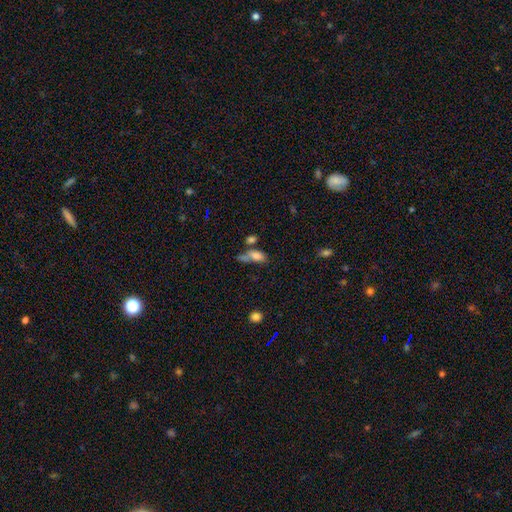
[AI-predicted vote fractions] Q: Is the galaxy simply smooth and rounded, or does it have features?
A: smooth — 76%.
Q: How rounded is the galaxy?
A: in between — 85%.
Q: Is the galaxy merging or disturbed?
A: merger — 38%.